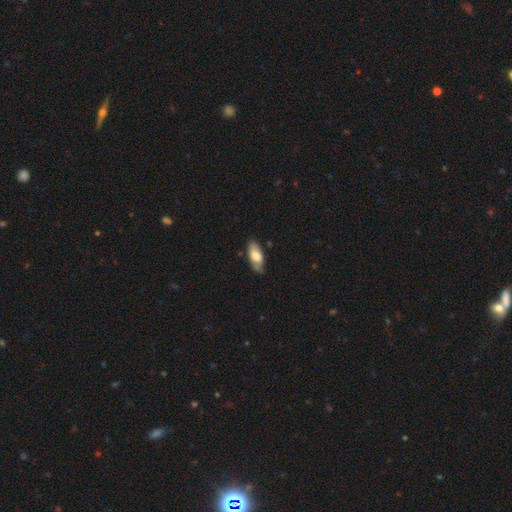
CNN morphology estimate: smooth 68%, featured or disk 26%, star or artifact 6%. Down the decision tree: how rounded — in between (83%); merging — none (70%).